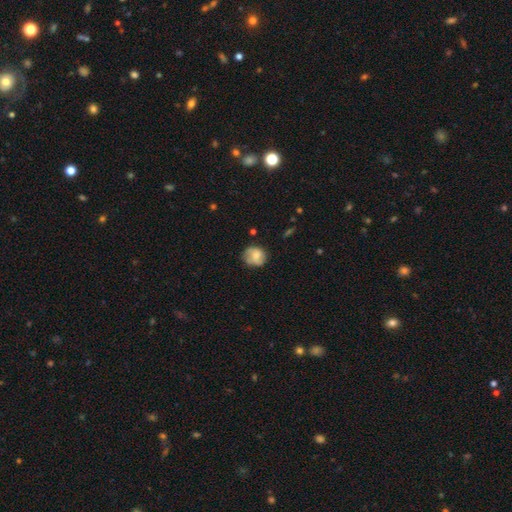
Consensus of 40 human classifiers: A smooth galaxy with no disk features (62%) that is round (84%).

Vote fractions:
- Smooth or featured? smooth: 62% / featured or disk: 30% / star or artifact: 8%
- How rounded? round: 84% / in between: 16% / cigar-shaped: 0%
- Merging? none: 54% / minor disturbance: 27% / major disturbance: 19% / merger: 0%